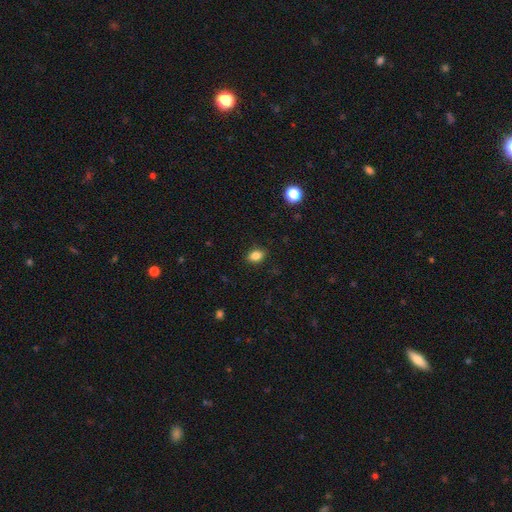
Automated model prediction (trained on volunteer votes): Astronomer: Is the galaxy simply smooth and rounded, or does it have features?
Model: smooth — 84%.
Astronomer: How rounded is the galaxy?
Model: in between — 73%.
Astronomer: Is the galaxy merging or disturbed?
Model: none — 86%.